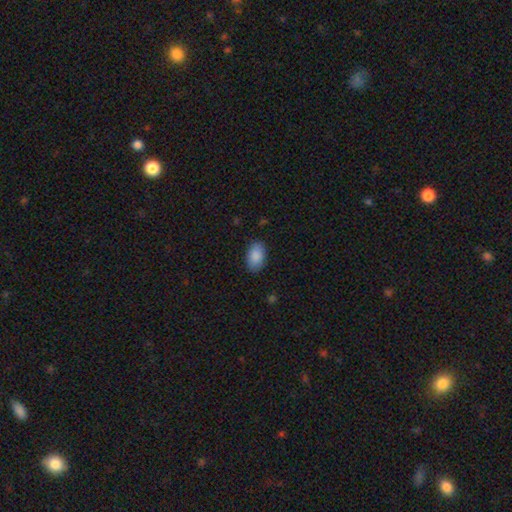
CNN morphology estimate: Smooth or featured: smooth — 89% (star or artifact — 6%)
How rounded: in between — 93% (round — 5%)
Merging: none — 86% (minor disturbance — 11%)